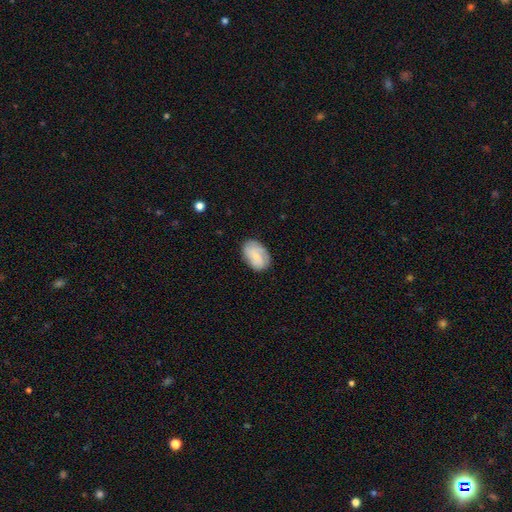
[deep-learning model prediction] Smooth or featured: smooth — 53% (featured or disk — 40%)
How rounded: in between — 86% (round — 13%)
Merging: none — 77% (minor disturbance — 18%)